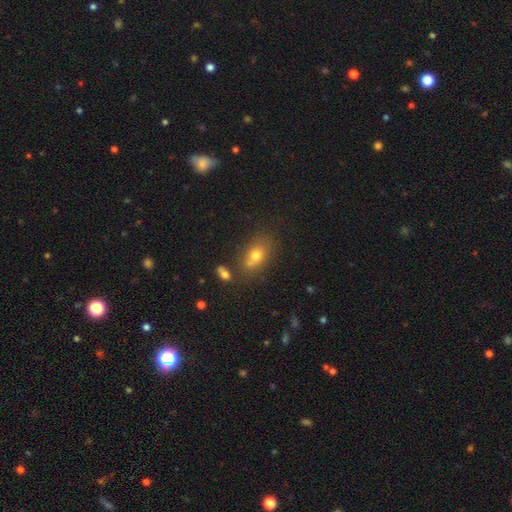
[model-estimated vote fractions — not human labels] Q: Smooth or featured?
A: smooth (68%); runner-up: star or artifact (16%)
Q: How rounded?
A: in between (67%); runner-up: round (29%)
Q: Merging?
A: none (59%); runner-up: merger (22%)